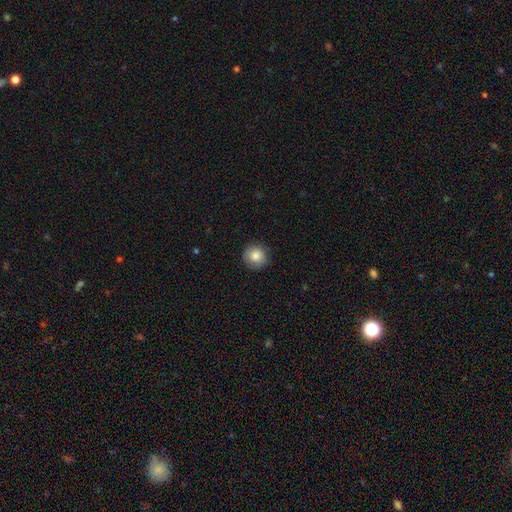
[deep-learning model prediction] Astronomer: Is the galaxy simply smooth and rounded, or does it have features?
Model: smooth — 85%.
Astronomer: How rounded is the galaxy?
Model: round — 93%.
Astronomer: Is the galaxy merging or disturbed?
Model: none — 87%.